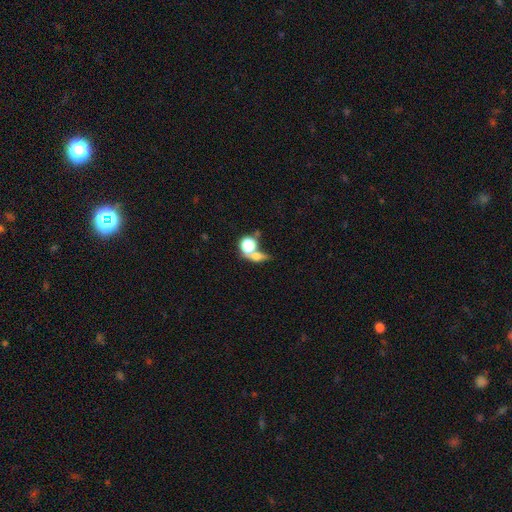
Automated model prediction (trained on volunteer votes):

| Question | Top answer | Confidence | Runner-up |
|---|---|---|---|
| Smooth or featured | smooth | 64% | featured or disk (19%) |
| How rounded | round | 51% | in between (41%) |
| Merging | merger | 47% | none (31%) |